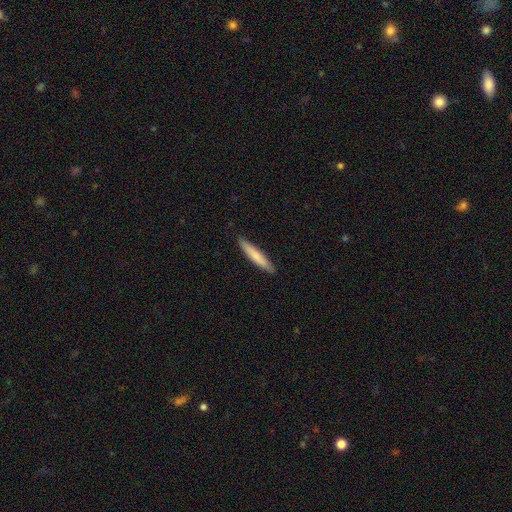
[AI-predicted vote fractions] Q: Smooth or featured?
A: smooth (76%); runner-up: featured or disk (19%)
Q: How rounded?
A: cigar-shaped (93%); runner-up: in between (6%)
Q: Merging?
A: none (89%); runner-up: minor disturbance (8%)